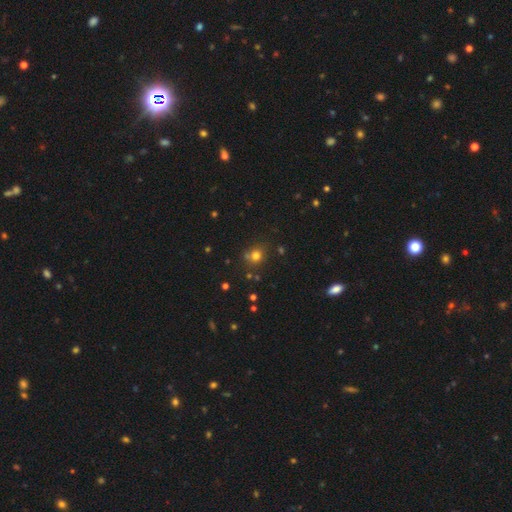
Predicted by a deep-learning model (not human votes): Smooth or featured? smooth (74%)
How rounded? round (81%)
Merging? none (71%)